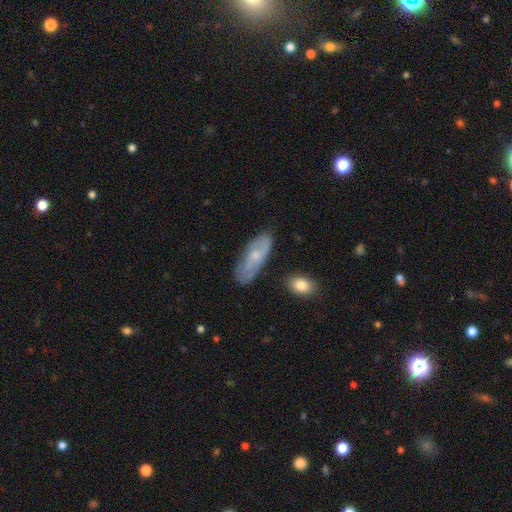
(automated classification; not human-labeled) This is possibly a featured or disk galaxy (48%). Merging: likely none (74%).